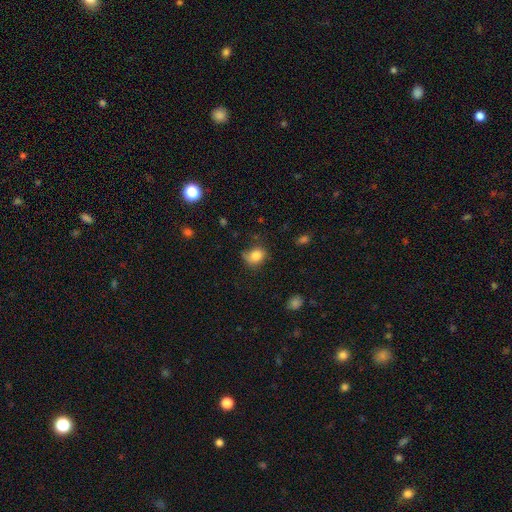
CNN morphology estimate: A smooth galaxy with no disk features (82%) that is round (52%).

Vote fractions:
- Smooth or featured? smooth: 82% / star or artifact: 10% / featured or disk: 8%
- How rounded? round: 52% / in between: 47% / cigar-shaped: 1%
- Merging? none: 56% / minor disturbance: 31% / major disturbance: 11% / merger: 2%